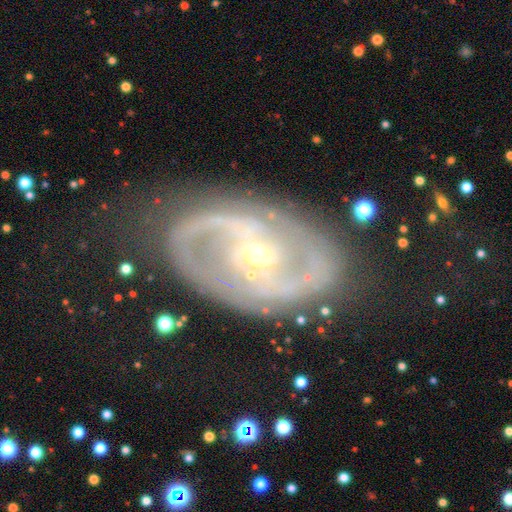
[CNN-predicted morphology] A featured or disk galaxy (87%) with no bar (42%), 2 (86%) medium (49%) spiral arms (93%) and a small central bulge (59%).

Vote fractions:
- Smooth or featured? featured or disk: 87% / star or artifact: 7% / smooth: 6%
- Edge-on disk? no: 96% / yes: 4%
- Bar? no: 42% / weak: 38% / strong: 20%
- Spiral arms? yes: 93% / no: 7%
- Spiral winding? medium: 49% / tight: 28% / loose: 23%
- Spiral arm count? 2: 86% / can't tell: 6% / 3: 3% / 1: 2% / 4: 1% / more than 4: 1%
- Bulge size? small: 59% / moderate: 37% / large: 2% / none: 1% / dominant: 1%
- Merging? none: 74% / minor disturbance: 15% / major disturbance: 9% / merger: 2%